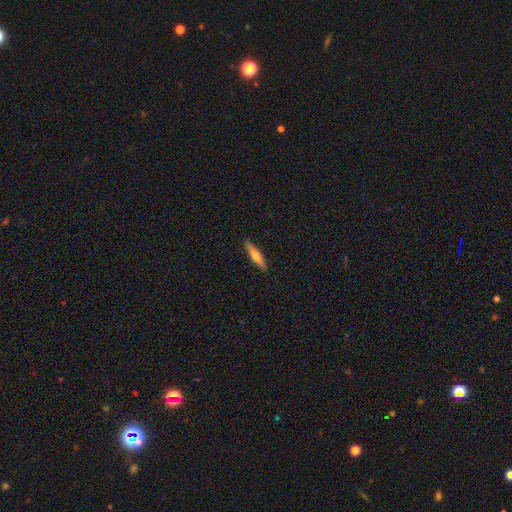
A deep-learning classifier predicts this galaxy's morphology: smooth_or_featured: smooth (p=0.56) [alt: featured or disk p=0.39]
how_rounded: cigar-shaped (p=0.86) [alt: in between p=0.13]
merging: none (p=0.89) [alt: minor disturbance p=0.08]